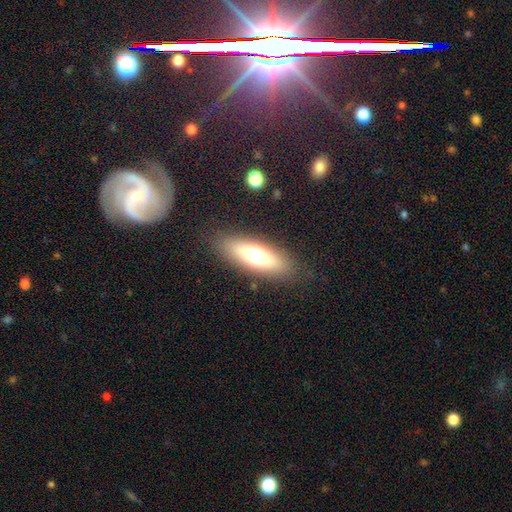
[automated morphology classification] Smooth or featured?
  - smooth: 67% *
  - featured or disk: 25%
  - star or artifact: 8%
How rounded?
  - in between: 52% *
  - cigar-shaped: 46%
  - round: 2%
Merging?
  - none: 85% *
  - minor disturbance: 10%
  - major disturbance: 4%
  - merger: 1%